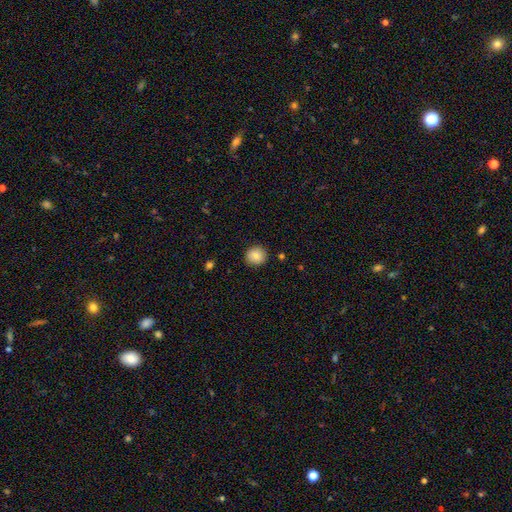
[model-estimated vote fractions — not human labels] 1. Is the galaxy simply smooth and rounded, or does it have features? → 83% smooth, 9% star or artifact, 8% featured or disk.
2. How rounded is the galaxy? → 86% round, 13% in between, 1% cigar-shaped.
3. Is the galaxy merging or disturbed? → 90% none, 7% minor disturbance, 2% major disturbance, 1% merger.